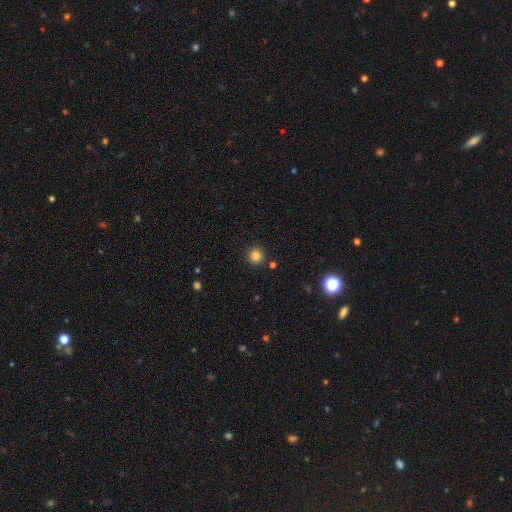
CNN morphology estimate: Smooth or featured? Predicted: smooth (p=0.83). How rounded? Predicted: round (p=0.94). Merging? Predicted: none (p=0.89).